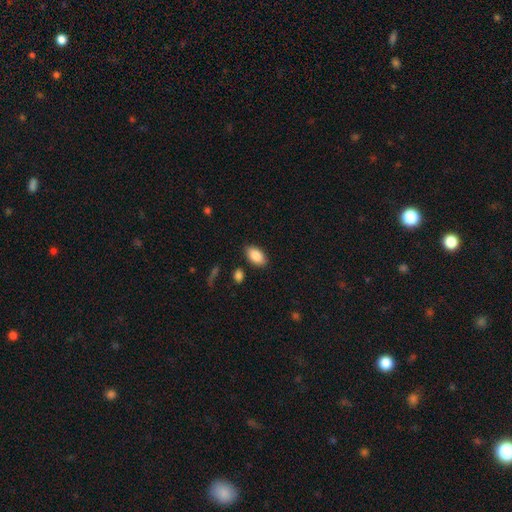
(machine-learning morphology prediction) smooth_or_featured: smooth (p=0.87) [alt: star or artifact p=0.07]
how_rounded: in between (p=0.93) [alt: round p=0.04]
merging: none (p=0.85) [alt: minor disturbance p=0.10]